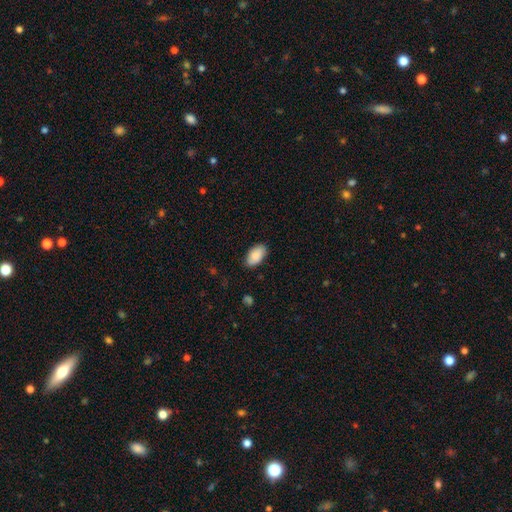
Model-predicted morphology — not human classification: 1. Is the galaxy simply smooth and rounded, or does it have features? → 88% smooth, 6% star or artifact, 6% featured or disk.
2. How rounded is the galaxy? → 94% in between, 4% round, 2% cigar-shaped.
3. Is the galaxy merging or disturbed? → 82% none, 14% minor disturbance, 3% major disturbance, 1% merger.